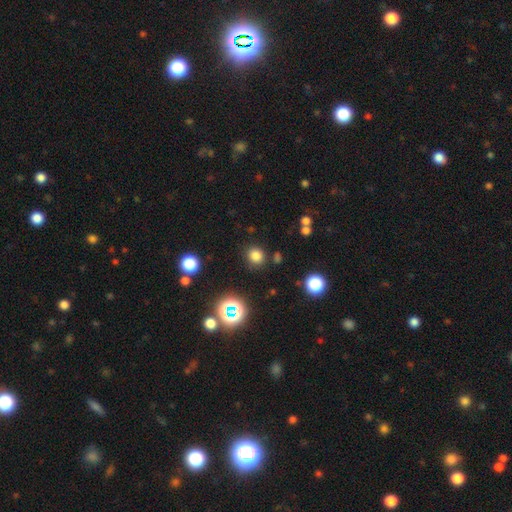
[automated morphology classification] Overall: smooth (77%). How rounded: round (84%). Merging: none (86%).